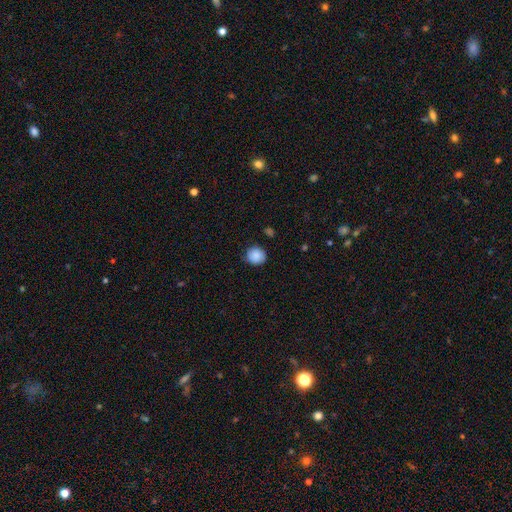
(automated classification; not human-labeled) smooth 88%, star or artifact 8%, featured or disk 4%. Down the decision tree: how rounded — round (87%); merging — none (83%).